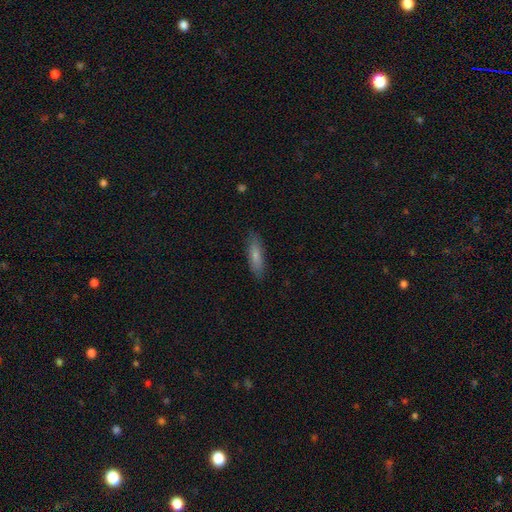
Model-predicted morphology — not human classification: Smooth or featured? smooth (77%)
How rounded? cigar-shaped (61%)
Merging? none (85%)